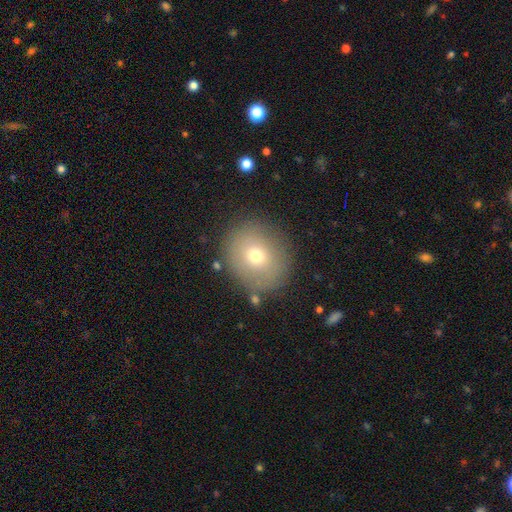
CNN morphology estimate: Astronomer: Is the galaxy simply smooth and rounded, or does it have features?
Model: smooth — 69%.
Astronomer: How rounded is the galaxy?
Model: round — 81%.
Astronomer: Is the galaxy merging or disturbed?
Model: none — 81%.